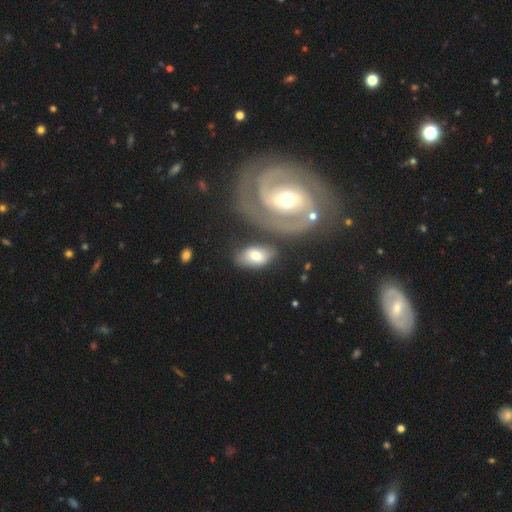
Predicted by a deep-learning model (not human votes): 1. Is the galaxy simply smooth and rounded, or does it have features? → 65% smooth, 29% featured or disk, 6% star or artifact.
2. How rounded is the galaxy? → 90% in between, 7% round, 3% cigar-shaped.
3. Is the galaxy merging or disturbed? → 61% none, 16% merger, 16% minor disturbance, 7% major disturbance.